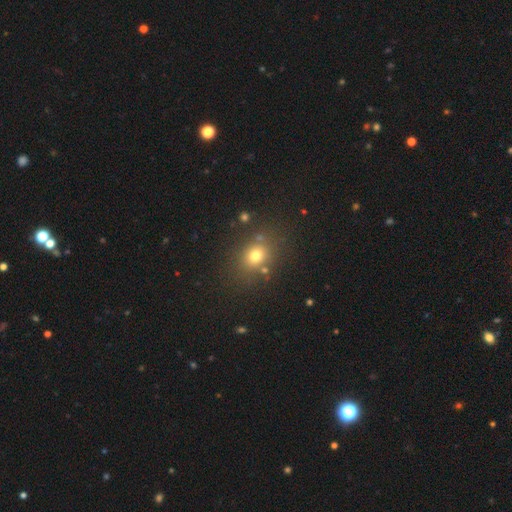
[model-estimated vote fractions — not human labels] A smooth galaxy with no disk features (72%) that is round (58%).

Vote fractions:
- Smooth or featured? smooth: 72% / star or artifact: 17% / featured or disk: 10%
- How rounded? round: 58% / in between: 41% / cigar-shaped: 1%
- Merging? none: 76% / minor disturbance: 12% / merger: 7% / major disturbance: 5%